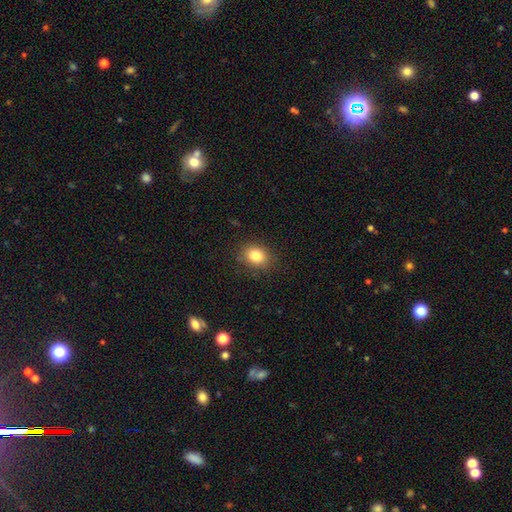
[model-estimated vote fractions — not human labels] smooth 83%, star or artifact 10%, featured or disk 7%. Down the decision tree: how rounded — in between (55%); merging — none (86%).